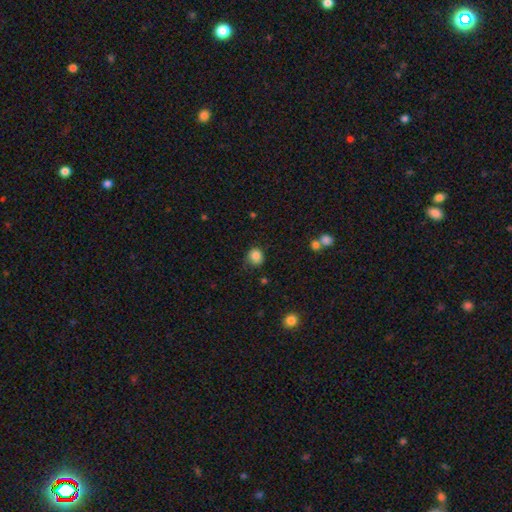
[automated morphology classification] Smooth or featured? Predicted: smooth (p=0.84). How rounded? Predicted: round (p=0.82). Merging? Predicted: none (p=0.64).